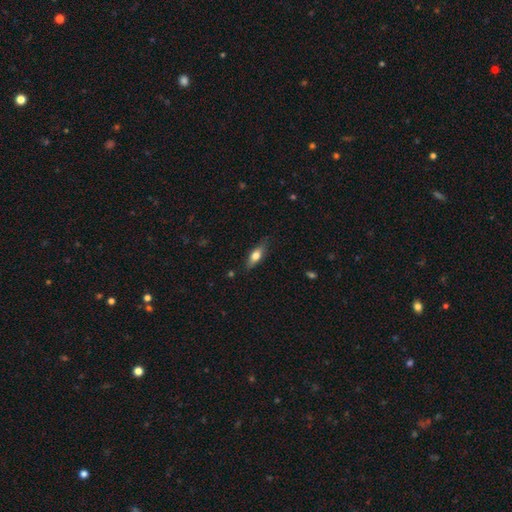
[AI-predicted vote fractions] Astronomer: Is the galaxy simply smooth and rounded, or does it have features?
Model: smooth — 64%.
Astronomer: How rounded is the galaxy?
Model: in between — 62%.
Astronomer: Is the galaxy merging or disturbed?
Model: none — 80%.